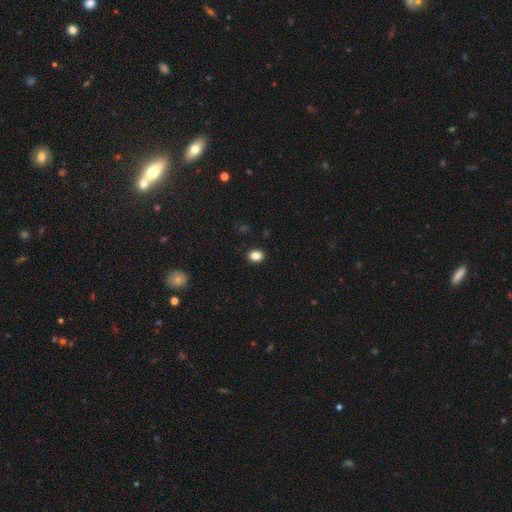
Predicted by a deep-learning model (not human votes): The model was most divided on "how rounded": in between: 60%, round: 39%, cigar-shaped: 1%. More confident: merging — none (90%); smooth or featured — smooth (86%).